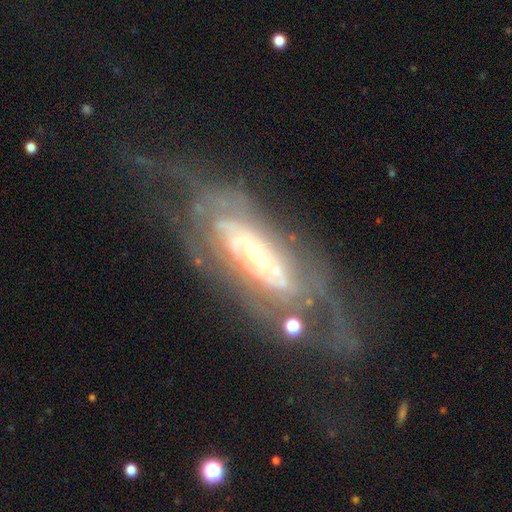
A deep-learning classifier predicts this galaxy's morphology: Smooth or featured: featured or disk — 83% (smooth — 10%)
Edge-on disk: no — 88% (yes — 12%)
Bar: no — 57% (weak — 27%)
Spiral arms: yes — 84% (no — 16%)
Spiral winding: tight — 62% (medium — 27%)
Spiral arm count: can't tell — 51% (2 — 24%)
Bulge size: moderate — 45% (small — 44%)
Merging: none — 48% (major disturbance — 27%)